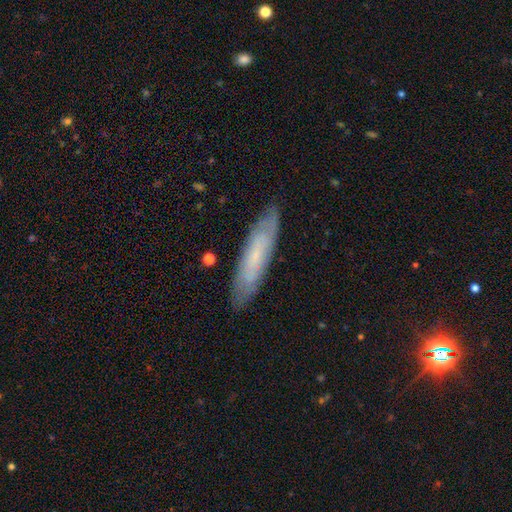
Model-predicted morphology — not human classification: Smooth or featured? Predicted: featured or disk (p=0.49). Merging? Predicted: none (p=0.85).